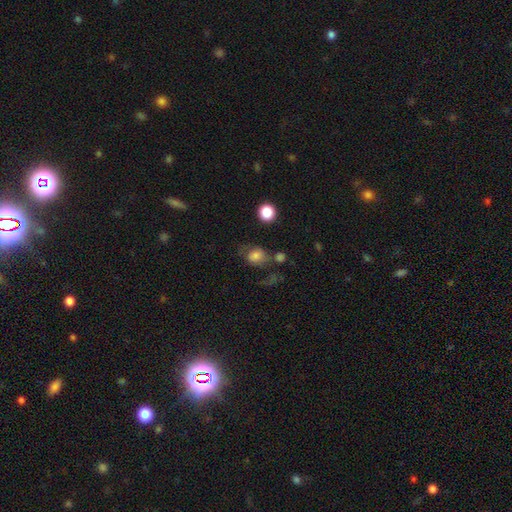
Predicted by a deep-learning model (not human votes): Overall: smooth (71%). How rounded: round (51%; in between 48%). Merging: none (46%; major disturbance 22%).